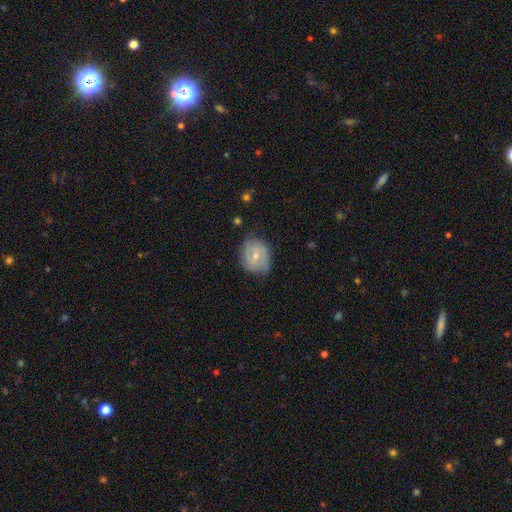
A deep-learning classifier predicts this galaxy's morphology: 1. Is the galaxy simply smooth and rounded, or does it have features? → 49% smooth, 44% featured or disk, 7% star or artifact.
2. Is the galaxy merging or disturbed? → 67% none, 26% minor disturbance, 6% major disturbance, 1% merger.